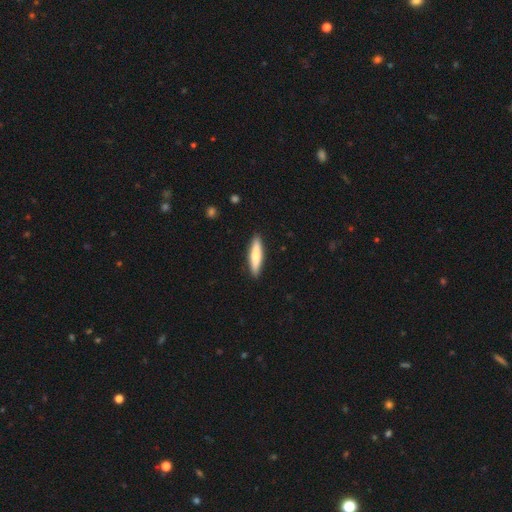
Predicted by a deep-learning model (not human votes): smooth 73%, featured or disk 22%, star or artifact 5%. Down the decision tree: how rounded — cigar-shaped (82%); merging — none (90%).